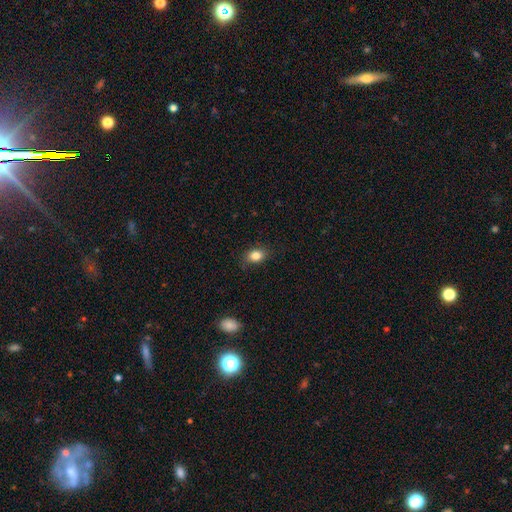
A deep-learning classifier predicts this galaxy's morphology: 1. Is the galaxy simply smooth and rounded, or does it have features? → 84% smooth, 10% star or artifact, 6% featured or disk.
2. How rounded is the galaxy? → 69% in between, 30% round, 2% cigar-shaped.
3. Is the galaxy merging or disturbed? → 80% none, 15% minor disturbance, 4% major disturbance, 1% merger.